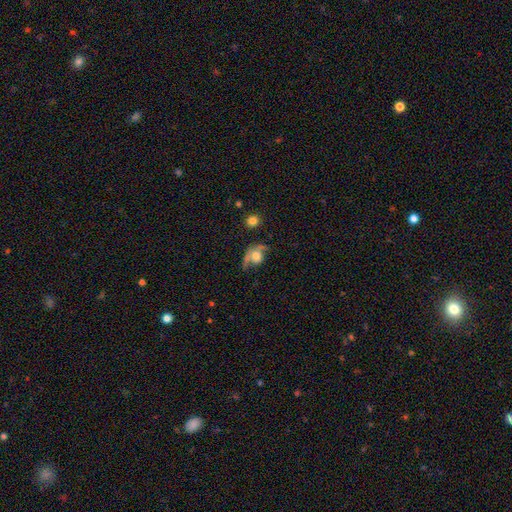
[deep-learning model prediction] smooth 54%, featured or disk 33%, star or artifact 13%. Down the decision tree: how rounded — round (56%); merging — none (34%).